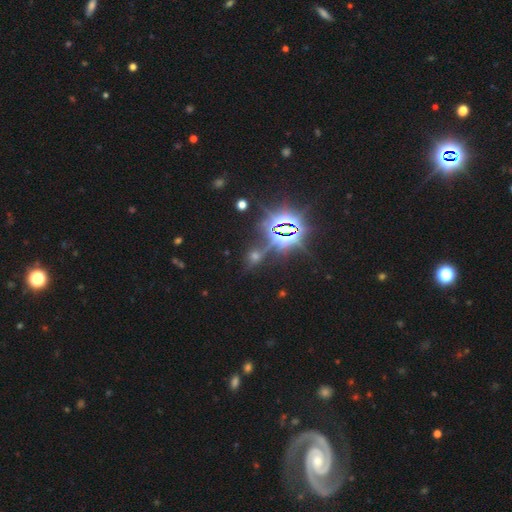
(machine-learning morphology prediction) Smooth or featured: star or artifact — 73% (smooth — 17%)